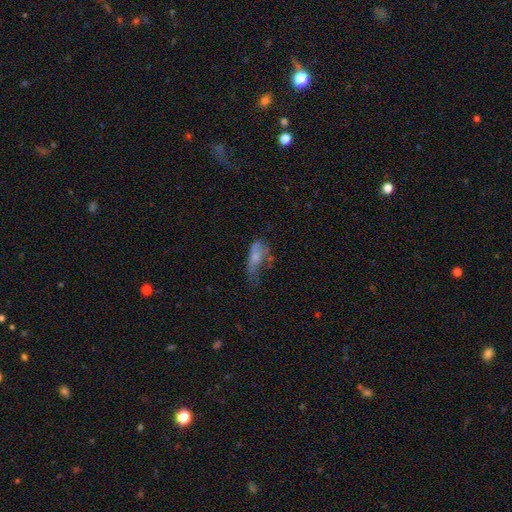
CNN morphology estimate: Smooth or featured?
  - smooth: 59% *
  - featured or disk: 31%
  - star or artifact: 10%
How rounded?
  - in between: 74% *
  - cigar-shaped: 21%
  - round: 5%
Merging?
  - major disturbance: 43% *
  - minor disturbance: 27%
  - none: 22%
  - merger: 8%